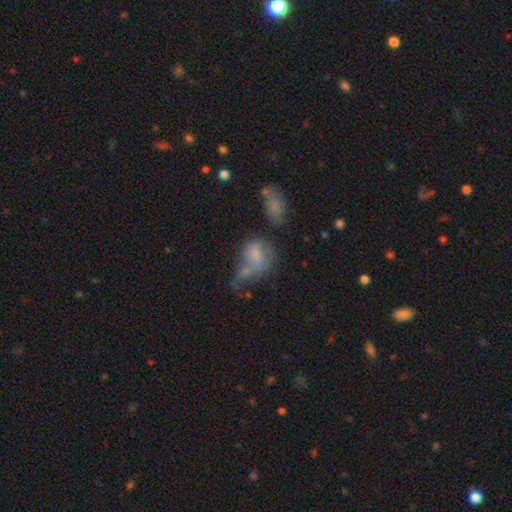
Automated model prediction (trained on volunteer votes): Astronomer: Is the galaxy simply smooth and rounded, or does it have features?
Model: smooth — 59%.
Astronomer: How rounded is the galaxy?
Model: in between — 66%.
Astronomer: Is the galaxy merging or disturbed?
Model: major disturbance — 31% (runner-up: merger, 30%).